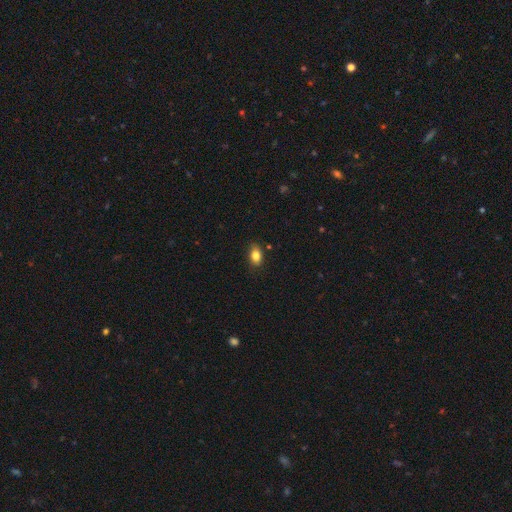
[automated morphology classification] Q: Smooth or featured?
A: smooth (84%); runner-up: star or artifact (9%)
Q: How rounded?
A: in between (86%); runner-up: round (12%)
Q: Merging?
A: none (83%); runner-up: minor disturbance (13%)